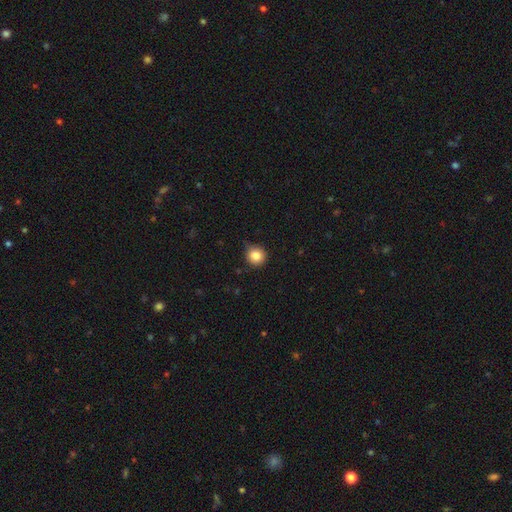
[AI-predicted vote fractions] Overall: smooth (83%). How rounded: round (93%). Merging: none (81%).